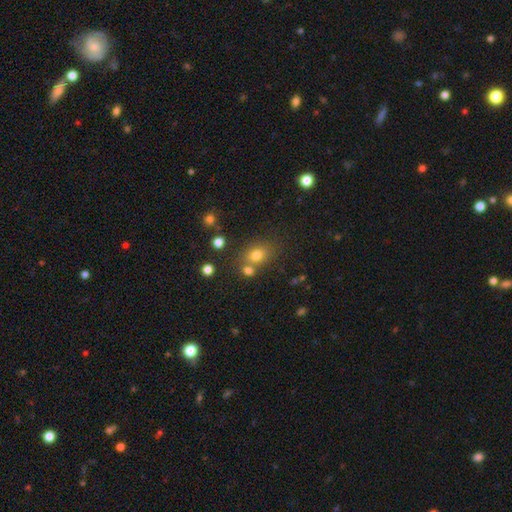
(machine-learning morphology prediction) The model was most divided on "how rounded": in between: 54%, round: 44%, cigar-shaped: 1%. More confident: smooth or featured — smooth (75%); merging — none (61%).